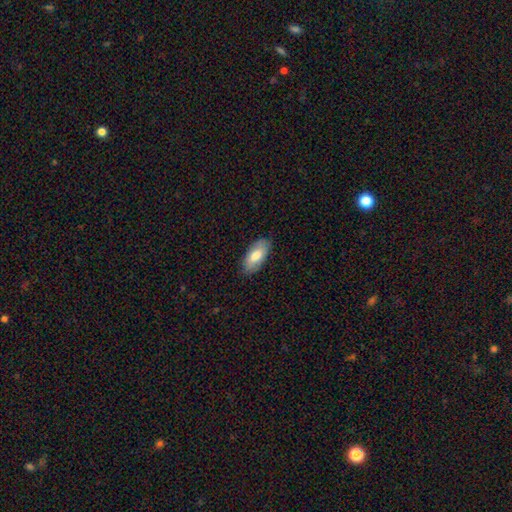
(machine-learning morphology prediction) Q: Smooth or featured?
A: smooth (77%); runner-up: featured or disk (17%)
Q: How rounded?
A: in between (91%); runner-up: cigar-shaped (7%)
Q: Merging?
A: none (85%); runner-up: minor disturbance (12%)